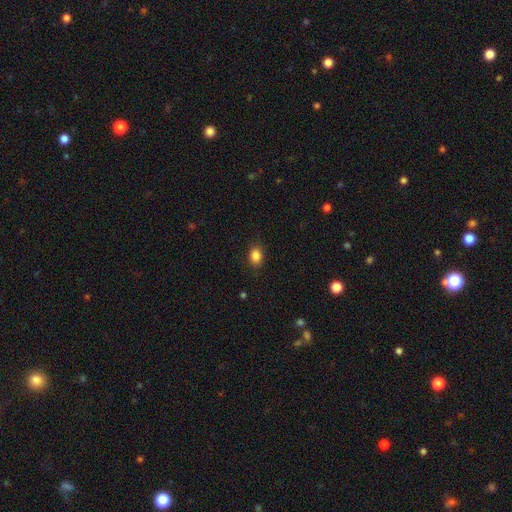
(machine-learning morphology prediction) A smooth galaxy with no disk features (86%) that is in between round and cigar-shaped (67%). Merging: none (86%).